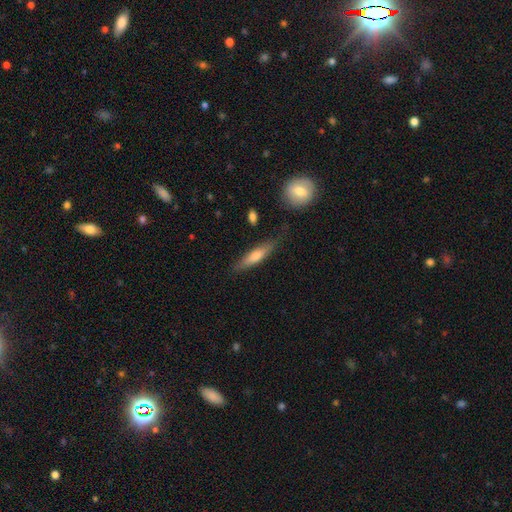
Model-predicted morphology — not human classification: type=smooth (56%); roundness=cigar-shaped (79%); merging=none (81%).